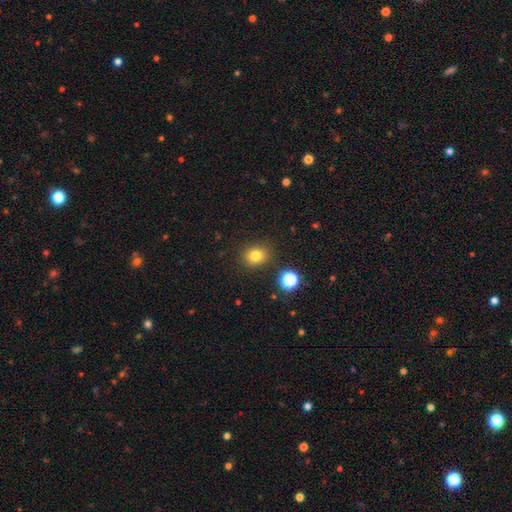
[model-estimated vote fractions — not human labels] smooth_or_featured: smooth (p=0.78) [alt: star or artifact p=0.15]
how_rounded: round (p=0.70) [alt: in between p=0.30]
merging: none (p=0.85) [alt: minor disturbance p=0.09]